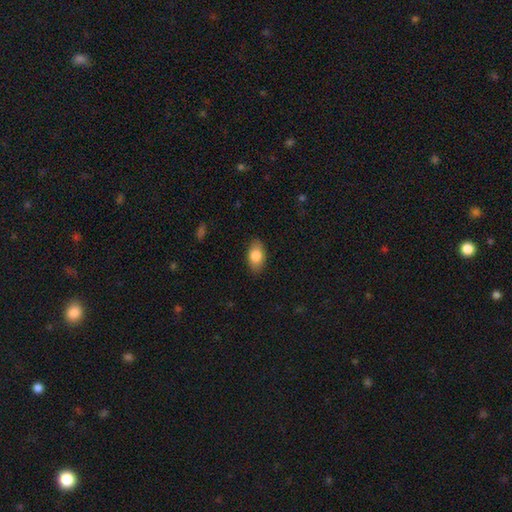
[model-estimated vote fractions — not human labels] Morphology: type=smooth (82%); roundness=in between (91%); merging=none (87%).